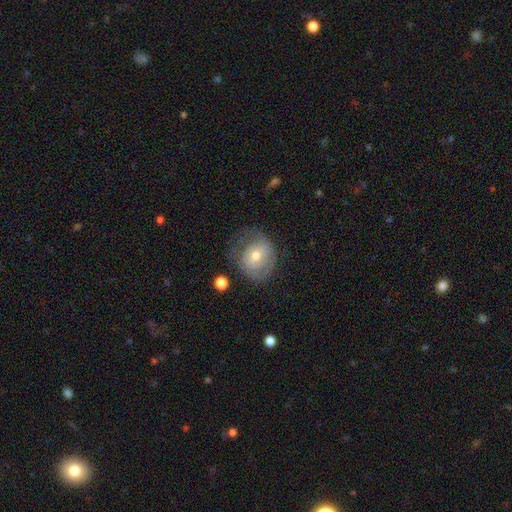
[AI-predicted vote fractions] Q: Smooth or featured?
A: smooth (48%); runner-up: featured or disk (44%)
Q: Merging?
A: none (50%); runner-up: minor disturbance (26%)